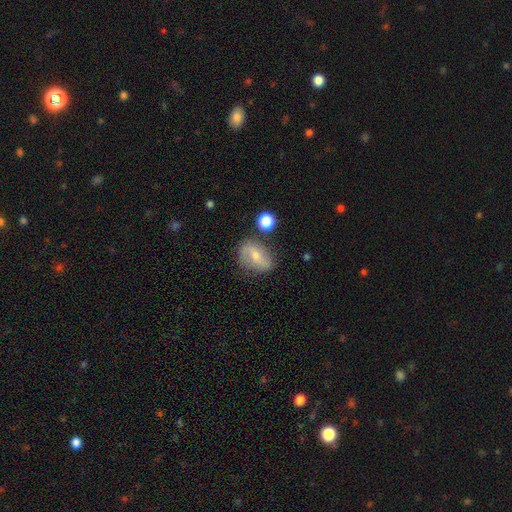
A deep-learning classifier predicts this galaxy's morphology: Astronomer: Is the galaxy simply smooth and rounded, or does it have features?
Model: smooth — 46% (runner-up: featured or disk, 45%).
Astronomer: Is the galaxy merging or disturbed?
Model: none — 67%.